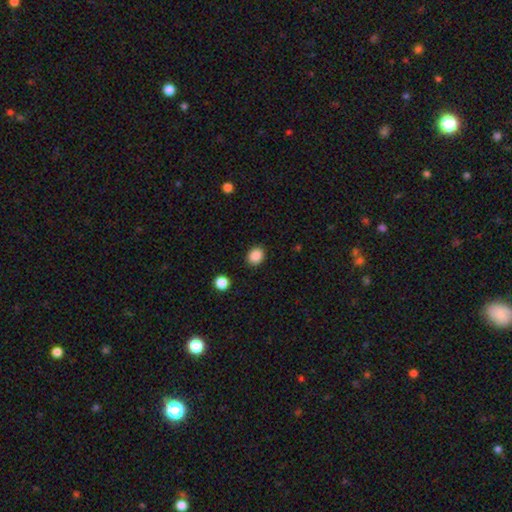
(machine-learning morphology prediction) type=smooth (88%); roundness=round (60%); merging=none (90%).